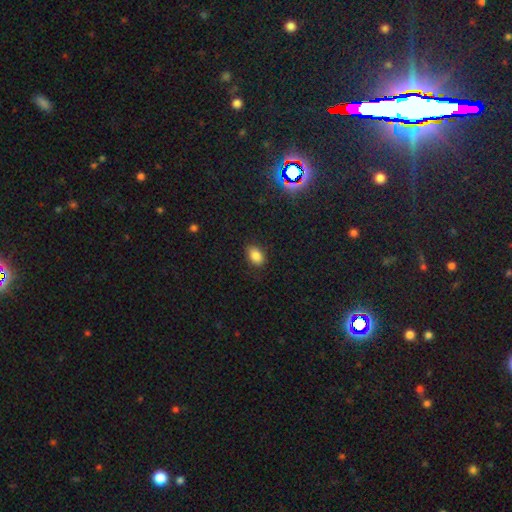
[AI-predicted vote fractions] This appears to be a smooth galaxy with no disk features (84%) that is in between round and cigar-shaped (87%). Merging: none (84%).